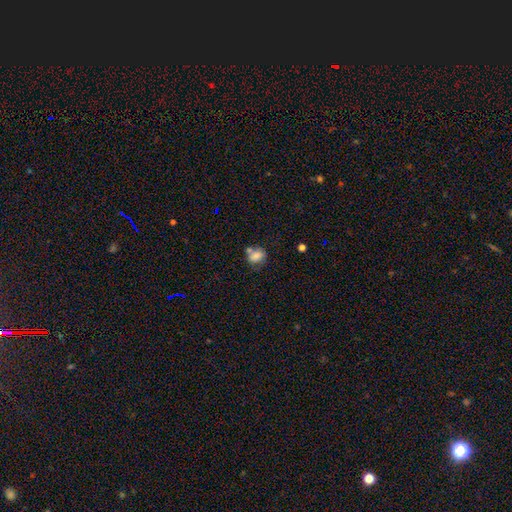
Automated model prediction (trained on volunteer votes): smooth_or_featured: smooth (p=0.77) [alt: featured or disk p=0.13]
how_rounded: in between (p=0.52) [alt: round p=0.47]
merging: none (p=0.48) [alt: merger p=0.27]